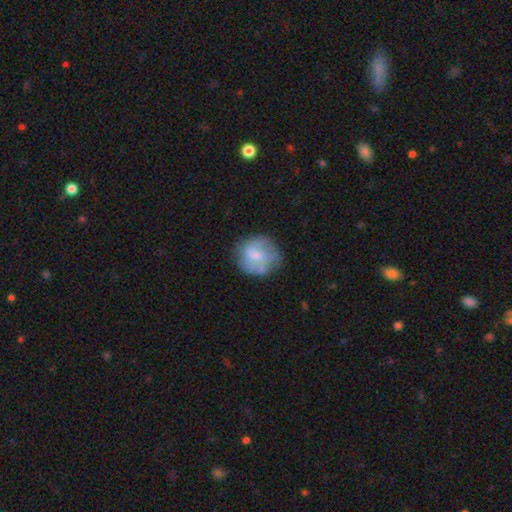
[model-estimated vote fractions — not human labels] Smooth or featured: smooth — 49% (featured or disk — 44%)
Merging: none — 59% (minor disturbance — 24%)